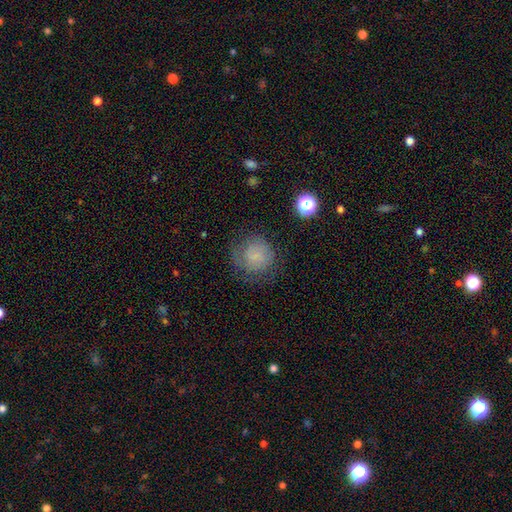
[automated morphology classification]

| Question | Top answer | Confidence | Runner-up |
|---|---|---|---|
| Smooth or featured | smooth | 61% | featured or disk (27%) |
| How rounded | round | 88% | in between (11%) |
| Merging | none | 68% | minor disturbance (19%) |